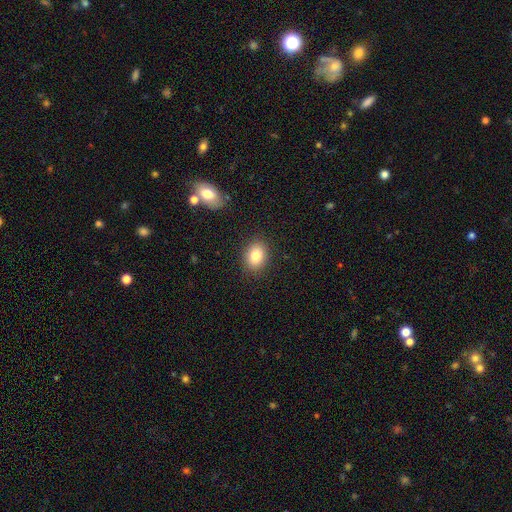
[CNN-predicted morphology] A smooth galaxy with no disk features (82%) that is in between round and cigar-shaped (61%). Merging: none (88%).